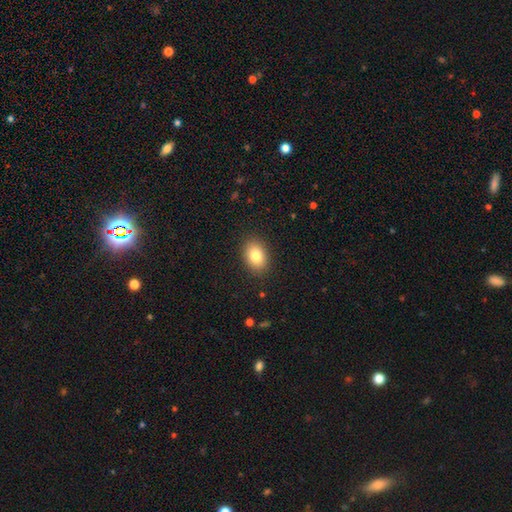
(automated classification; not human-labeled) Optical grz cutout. It shows a smooth galaxy with no disk features (83%) that is in between round and cigar-shaped (77%). Merging: none (89%).